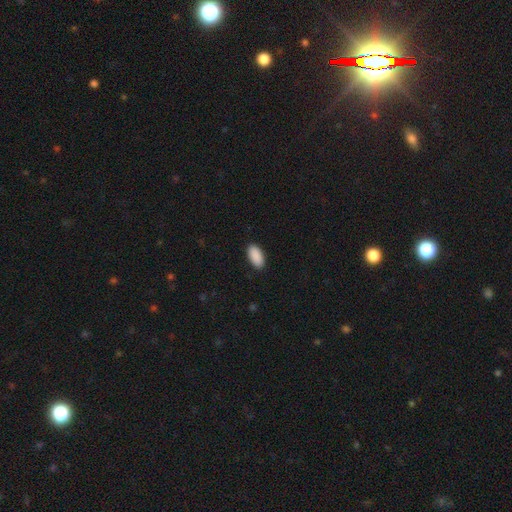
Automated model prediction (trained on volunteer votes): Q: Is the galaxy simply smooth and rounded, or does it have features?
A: smooth — 91%.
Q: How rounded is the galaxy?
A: in between — 94%.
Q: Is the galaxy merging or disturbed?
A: none — 90%.